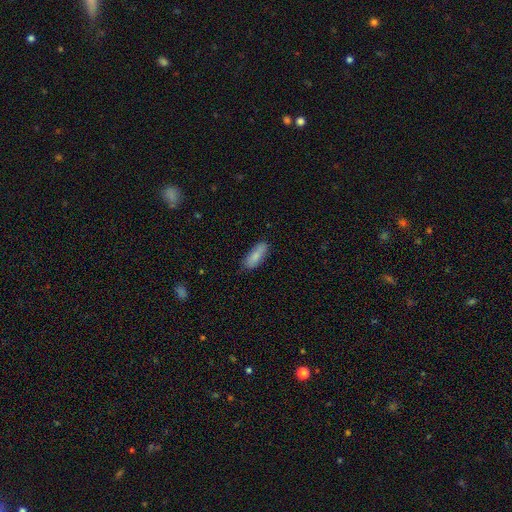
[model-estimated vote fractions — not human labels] A smooth galaxy with no disk features (84%) that is in between round and cigar-shaped (68%). Merging: none (76%).